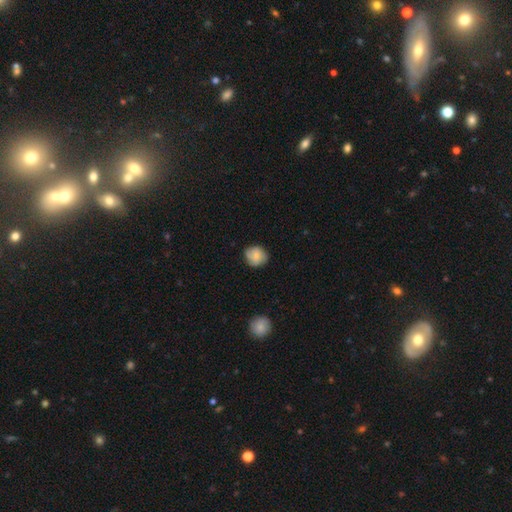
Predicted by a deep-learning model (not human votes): Q: Smooth or featured?
A: smooth (71%); runner-up: featured or disk (21%)
Q: How rounded?
A: round (79%); runner-up: in between (20%)
Q: Merging?
A: none (72%); runner-up: minor disturbance (23%)